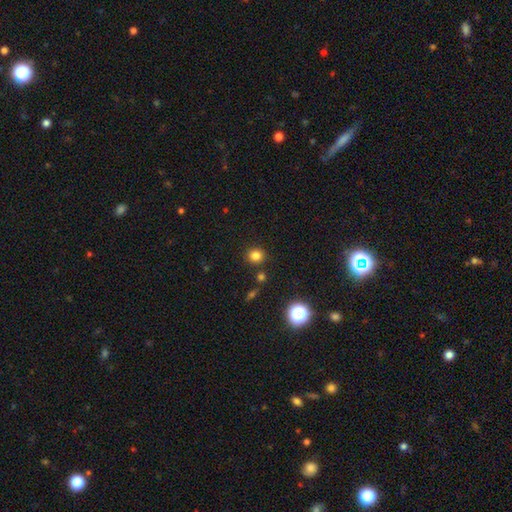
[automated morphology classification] smooth 80%, star or artifact 15%, featured or disk 5%. Down the decision tree: how rounded — round (88%); merging — none (86%).